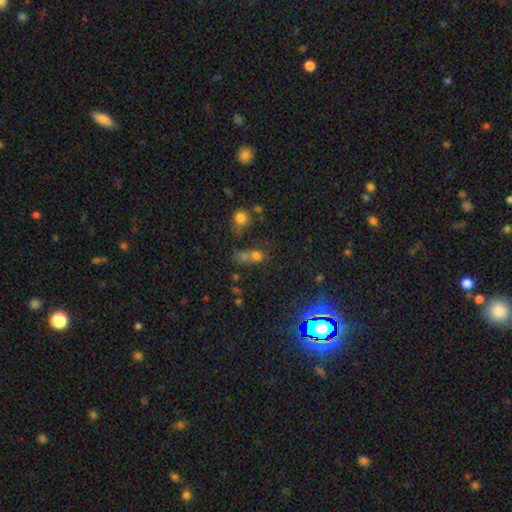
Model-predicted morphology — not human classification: Smooth or featured: smooth — 51% (star or artifact — 38%)
How rounded: round — 58% (in between — 38%)
Merging: none — 41% (tied with merger — 41%)